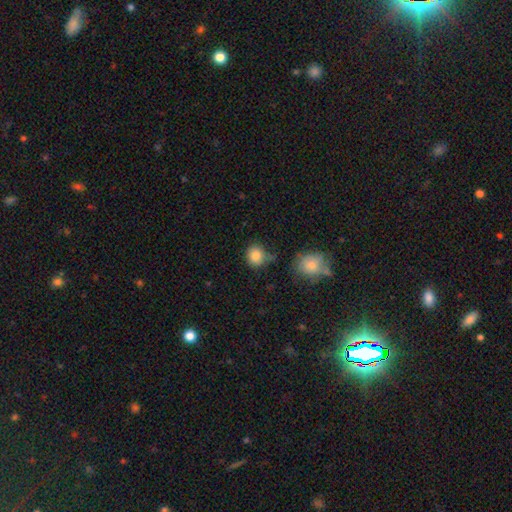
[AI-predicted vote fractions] smooth-or-featured: smooth: 84% | star or artifact: 10% | featured or disk: 6%
  how-rounded: round: 79% | in between: 20% | cigar-shaped: 1%
  merging: none: 65% | minor disturbance: 21% | merger: 8% | major disturbance: 6%